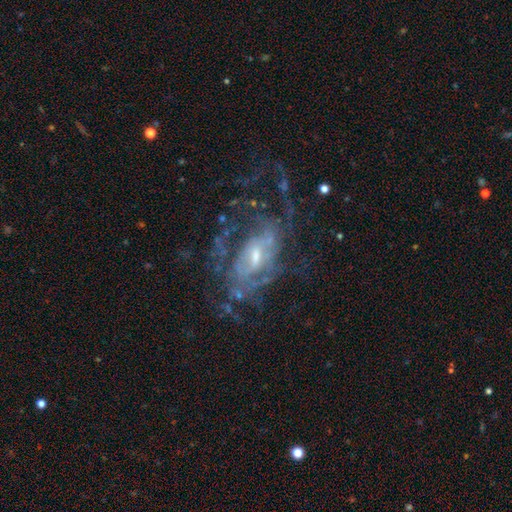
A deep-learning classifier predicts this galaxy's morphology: featured or disk 81%, star or artifact 10%, smooth 9%. Down the decision tree: edge-on disk — no (94%); bar — no (43%, tied with weak); spiral arms — yes (78%); spiral arm count — can't tell (50%); spiral winding — tight (42%); bulge size — small (49%); merging — none (51%).